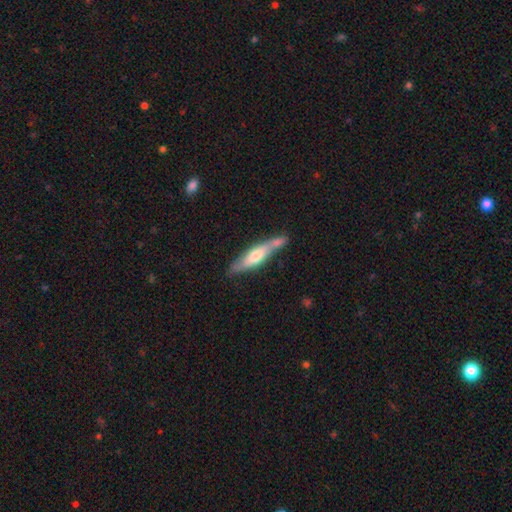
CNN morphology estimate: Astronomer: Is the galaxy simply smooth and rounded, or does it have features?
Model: smooth — 50% (runner-up: featured or disk, 45%).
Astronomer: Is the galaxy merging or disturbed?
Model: none — 57%.